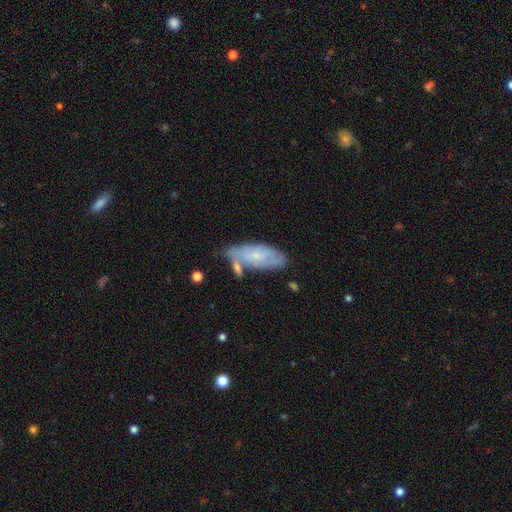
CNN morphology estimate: smooth_or_featured: featured or disk (p=0.48) [alt: smooth p=0.45]
merging: none (p=0.53) [alt: minor disturbance p=0.23]